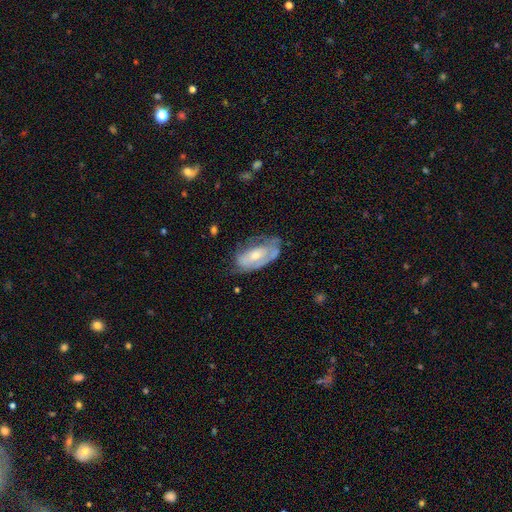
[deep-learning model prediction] smooth-or-featured: featured or disk: 60% | smooth: 34% | star or artifact: 6%
  disk-edge-on: no: 90% | yes: 10%
    bar: no: 70% | weak: 23% | strong: 7%
    has-spiral-arms: yes: 58% | no: 42%
    bulge-size: moderate: 52% | small: 41% | large: 4% | none: 2% | dominant: 1%
  merging: none: 49% | minor disturbance: 30% | major disturbance: 18% | merger: 2%